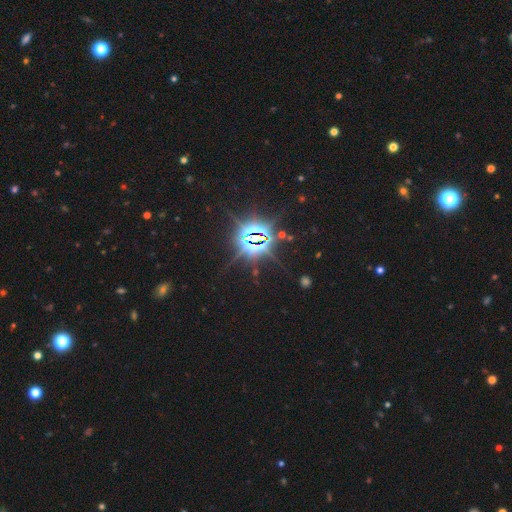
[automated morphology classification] A star or artifact, not a galaxy (86%).